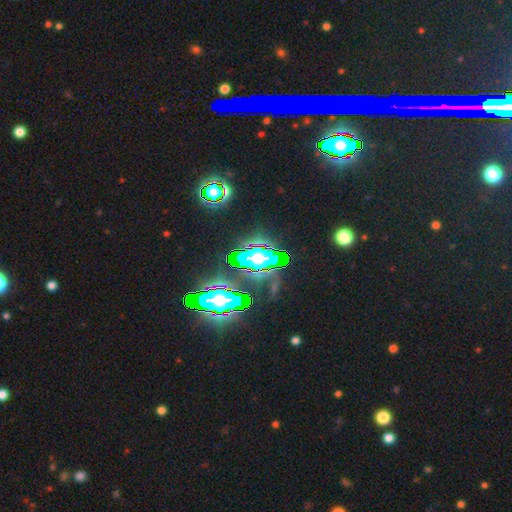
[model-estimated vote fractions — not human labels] This is clearly a star or artifact rather than a galaxy (80%).